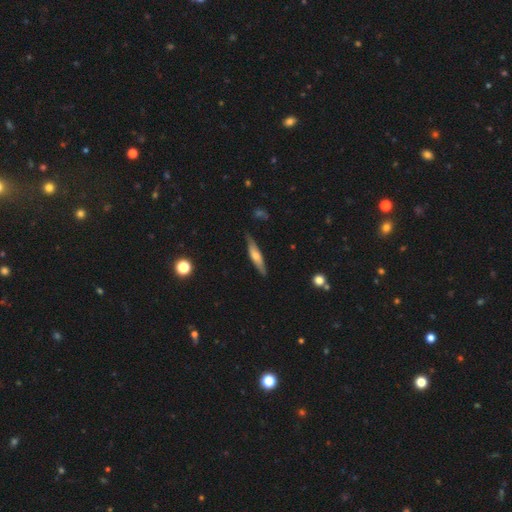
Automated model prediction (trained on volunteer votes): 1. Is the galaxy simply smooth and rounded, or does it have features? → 49% featured or disk, 45% smooth, 6% star or artifact.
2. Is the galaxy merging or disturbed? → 83% none, 13% minor disturbance, 2% major disturbance, 2% merger.